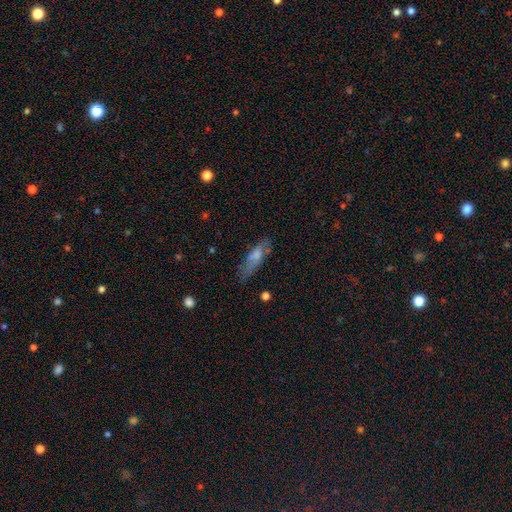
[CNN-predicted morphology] Smooth or featured? smooth (65%)
How rounded? cigar-shaped (54%)
Merging? none (59%)